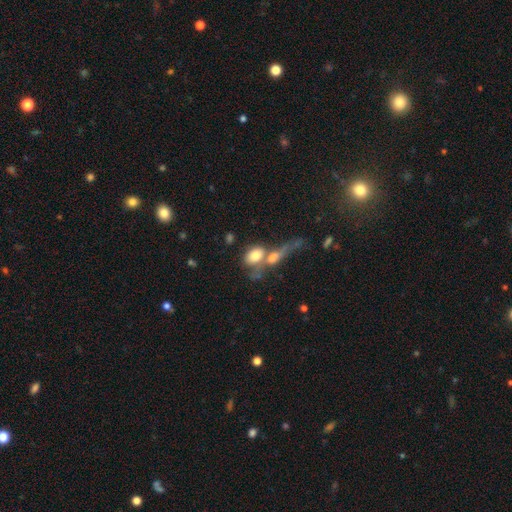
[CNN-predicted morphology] Smooth or featured: smooth — 72% (featured or disk — 20%)
How rounded: in between — 77% (round — 19%)
Merging: merger — 59% (none — 21%)